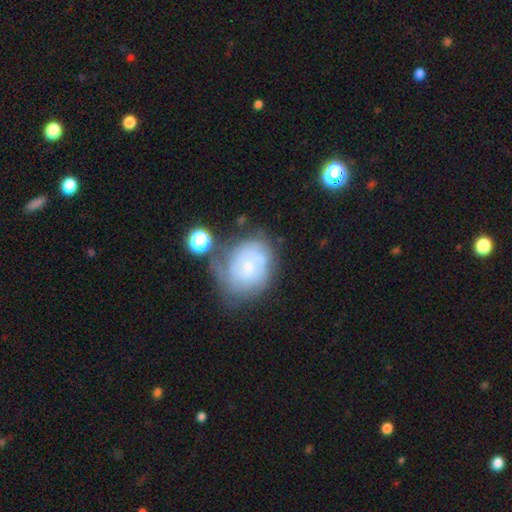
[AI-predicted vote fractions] Smooth or featured?
  - featured or disk: 64% *
  - smooth: 27%
  - star or artifact: 9%
Edge-on disk?
  - no: 98% *
  - yes: 2%
Bar?
  - no: 73% *
  - weak: 23%
  - strong: 4%
Spiral arms?
  - yes: 76% *
  - no: 24%
Bulge size?
  - small: 61% *
  - moderate: 21%
  - none: 12%
  - large: 3%
  - dominant: 2%
Merging?
  - none: 46% *
  - minor disturbance: 23%
  - major disturbance: 18%
  - merger: 13%